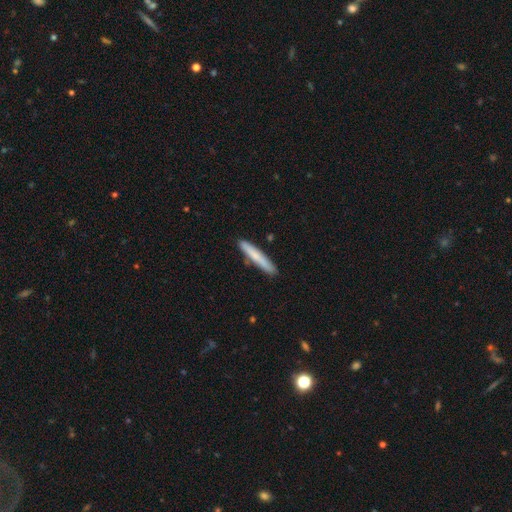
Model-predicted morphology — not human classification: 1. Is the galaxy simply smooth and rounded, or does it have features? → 72% smooth, 22% featured or disk, 6% star or artifact.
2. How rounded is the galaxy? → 94% cigar-shaped, 5% in between, 1% round.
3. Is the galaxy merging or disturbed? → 88% none, 9% minor disturbance, 2% merger, 2% major disturbance.